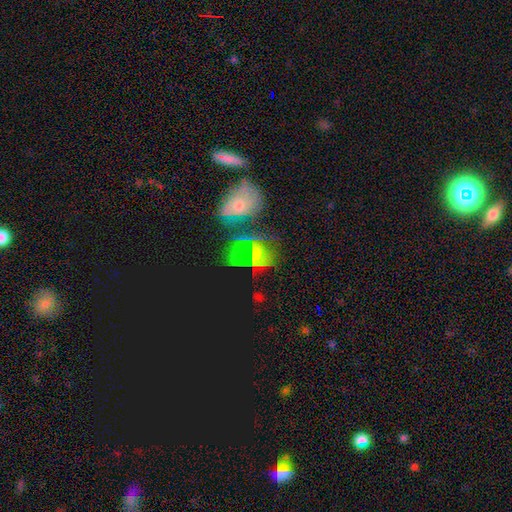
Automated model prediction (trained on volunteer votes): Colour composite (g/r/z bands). It shows a star or artifact, not a galaxy (42%).